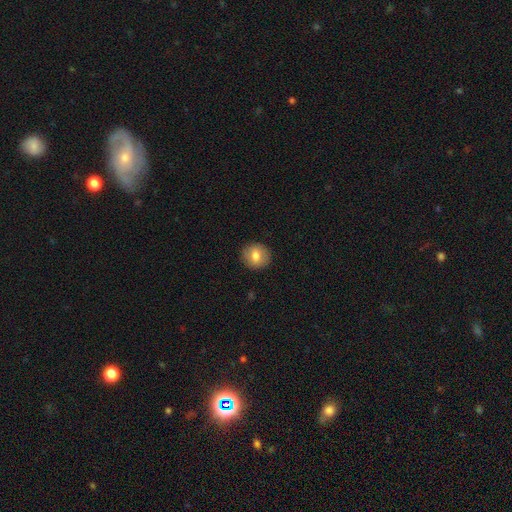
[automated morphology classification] This is likely a smooth galaxy (76%). How rounded: clearly round (86%). Merging: clearly none (90%).